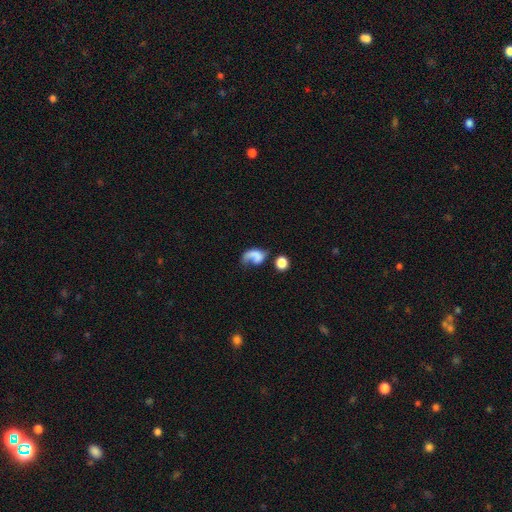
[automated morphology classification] type=smooth (49%); merging=major disturbance (39%).